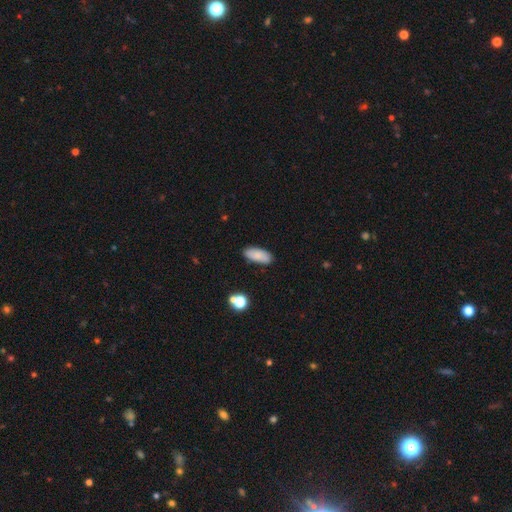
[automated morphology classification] Smooth or featured? Predicted: smooth (p=0.85). How rounded? Predicted: in between (p=0.80). Merging? Predicted: none (p=0.85).